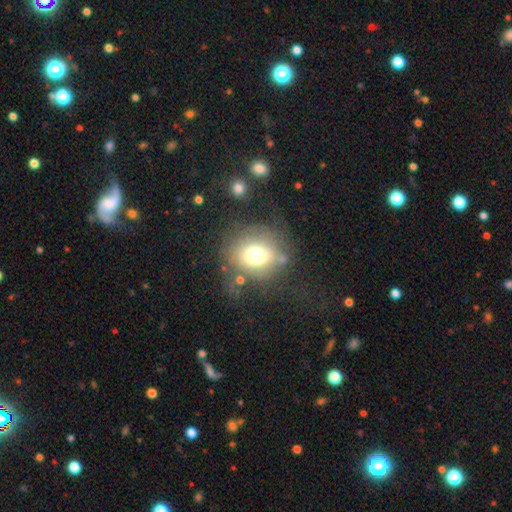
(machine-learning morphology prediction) This is likely a smooth galaxy (66%). How rounded: clearly round (82%). Merging: likely none (63%).